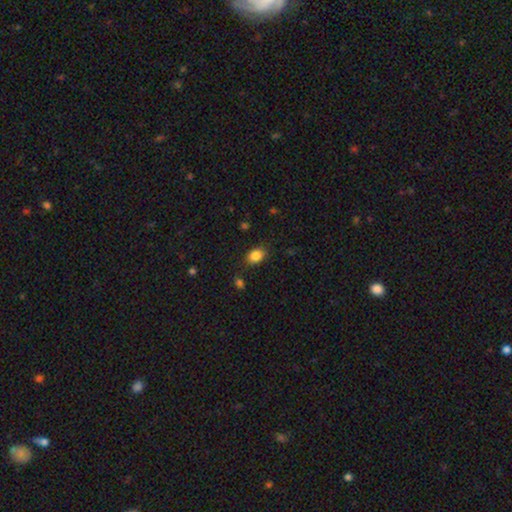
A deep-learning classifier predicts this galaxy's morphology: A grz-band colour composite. It shows a smooth galaxy with no disk features (85%) that is in between round and cigar-shaped (71%). Merging: none (79%).